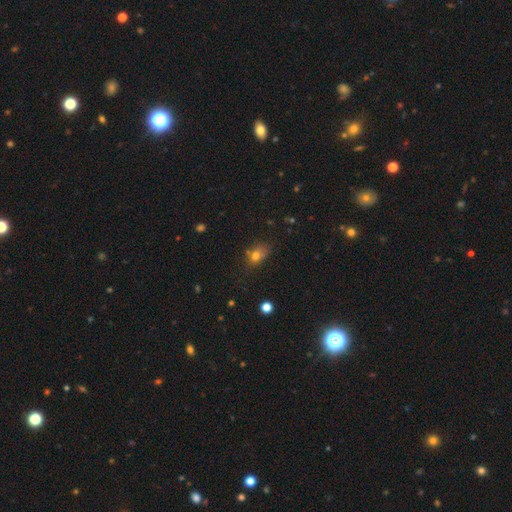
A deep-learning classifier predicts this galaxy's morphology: Smooth or featured: smooth — 73% (star or artifact — 15%)
How rounded: in between — 63% (round — 34%)
Merging: none — 55% (minor disturbance — 26%)